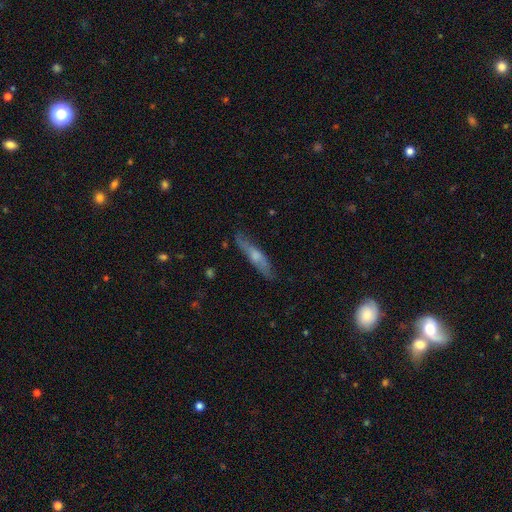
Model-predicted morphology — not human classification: Smooth or featured: featured or disk — 48% (smooth — 46%)
Merging: none — 77% (minor disturbance — 17%)